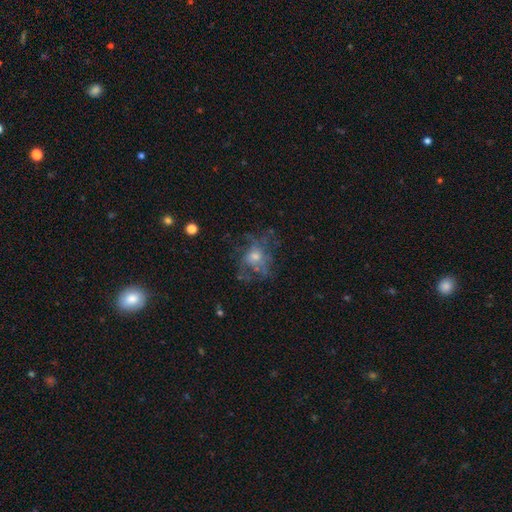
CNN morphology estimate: This appears to be a featured or disk galaxy (61%) with no bar (83%), spiral arms (57%) and a moderate central bulge (49%). Merging: none (57%).